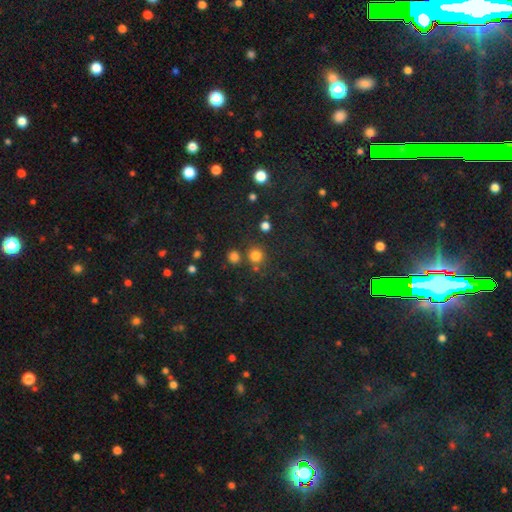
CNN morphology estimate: smooth-or-featured: smooth: 78% | star or artifact: 17% | featured or disk: 5%
  how-rounded: round: 91% | in between: 8% | cigar-shaped: 1%
  merging: none: 75% | merger: 12% | minor disturbance: 8% | major disturbance: 4%